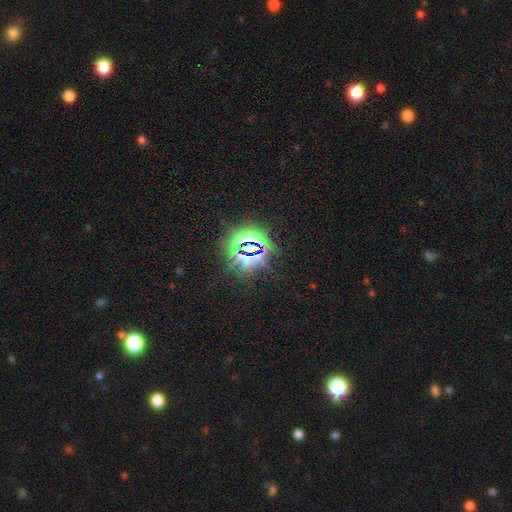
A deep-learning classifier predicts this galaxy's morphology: smooth-or-featured: star or artifact: 81% | smooth: 11% | featured or disk: 8%